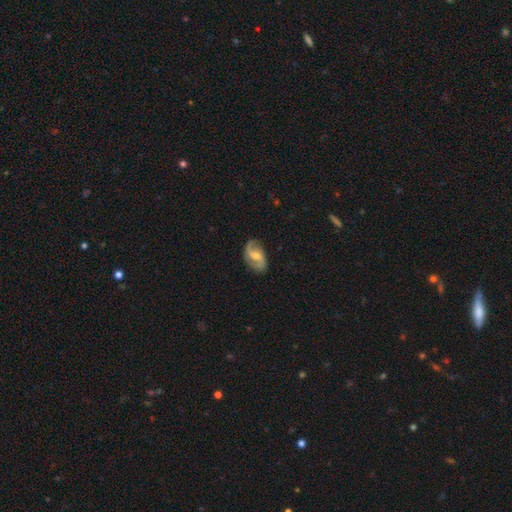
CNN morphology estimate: Smooth or featured?
  - featured or disk: 81% *
  - smooth: 14%
  - star or artifact: 5%
Edge-on disk?
  - no: 97% *
  - yes: 3%
Bar?
  - weak: 52% *
  - no: 33%
  - strong: 15%
Spiral arms?
  - yes: 95% *
  - no: 5%
Spiral winding?
  - loose: 43% * (tied)
  - medium: 43% * (tied)
  - tight: 13%
Spiral arm count?
  - 2: 90% *
  - can't tell: 4%
  - 1: 3%
  - 3: 1%
  - 4: 1%
  - more than 4: 1%
Bulge size?
  - moderate: 51% *
  - small: 37%
  - none: 7%
  - large: 4%
  - dominant: 1%
Merging?
  - none: 78% *
  - minor disturbance: 16%
  - major disturbance: 5%
  - merger: 1%